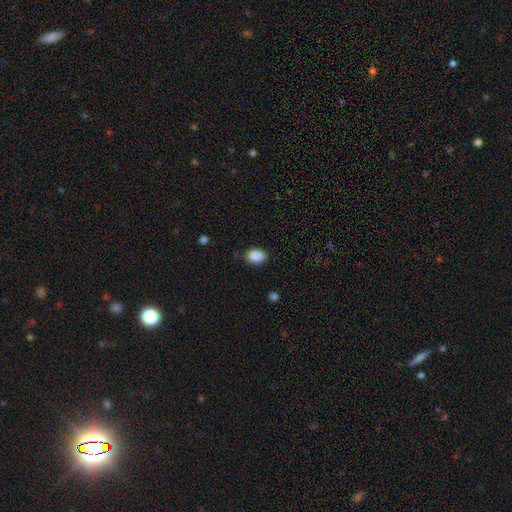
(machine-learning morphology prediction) Q: Smooth or featured?
A: smooth (88%); runner-up: star or artifact (8%)
Q: How rounded?
A: in between (78%); runner-up: round (21%)
Q: Merging?
A: none (87%); runner-up: minor disturbance (9%)